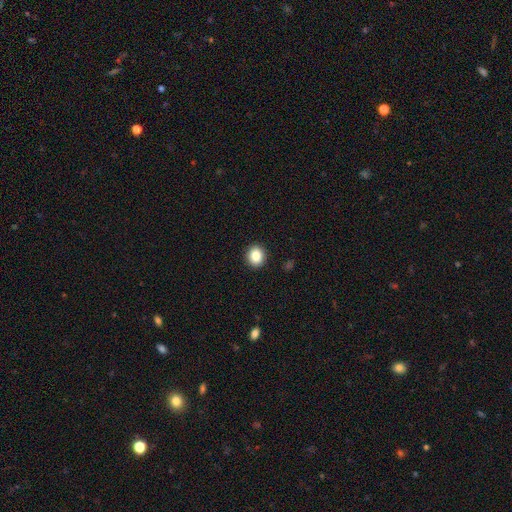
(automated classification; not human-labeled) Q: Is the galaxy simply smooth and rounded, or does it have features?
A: smooth — 85%.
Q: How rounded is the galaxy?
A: round — 74%.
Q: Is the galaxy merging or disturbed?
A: none — 92%.